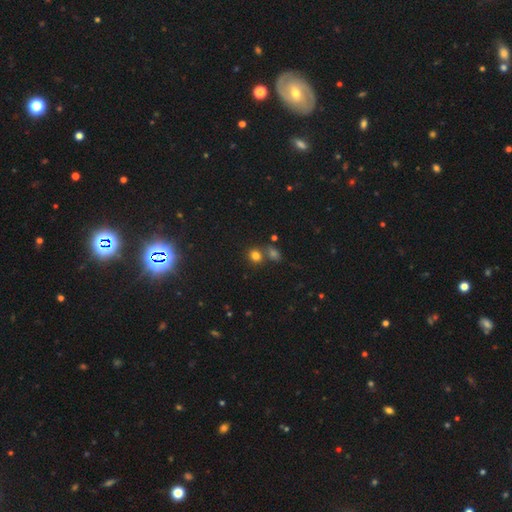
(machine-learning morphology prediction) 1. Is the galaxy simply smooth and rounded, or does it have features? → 77% smooth, 17% star or artifact, 6% featured or disk.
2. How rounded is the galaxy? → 69% round, 29% in between, 1% cigar-shaped.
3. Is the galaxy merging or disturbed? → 65% none, 22% merger, 10% minor disturbance, 3% major disturbance.